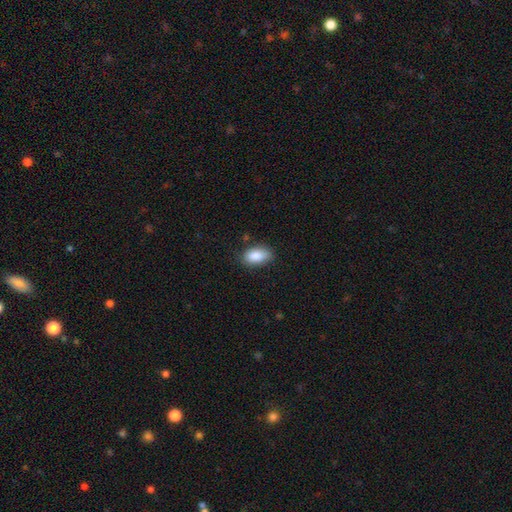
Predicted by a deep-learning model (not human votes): Q: Smooth or featured?
A: smooth (87%); runner-up: star or artifact (7%)
Q: How rounded?
A: in between (92%); runner-up: round (5%)
Q: Merging?
A: none (78%); runner-up: minor disturbance (17%)